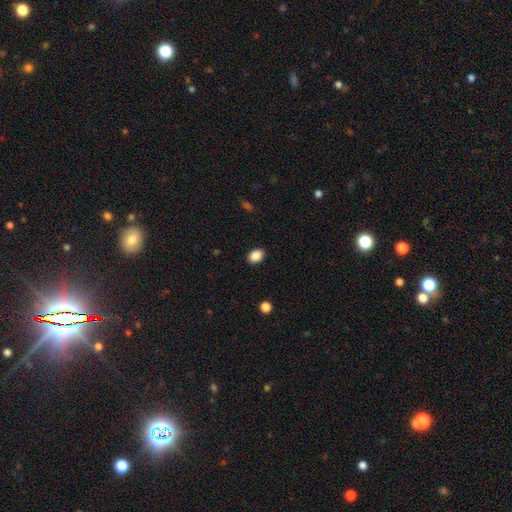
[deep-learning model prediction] Smooth or featured? smooth (88%)
How rounded? in between (75%)
Merging? none (90%)